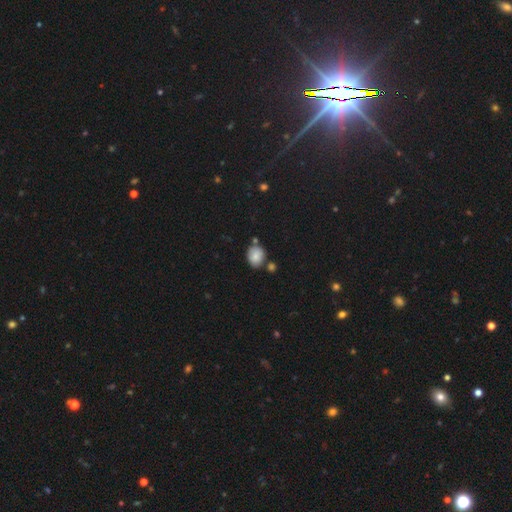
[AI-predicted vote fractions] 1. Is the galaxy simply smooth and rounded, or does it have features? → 83% smooth, 9% star or artifact, 8% featured or disk.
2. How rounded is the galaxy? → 56% round, 43% in between, 1% cigar-shaped.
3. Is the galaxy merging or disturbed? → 67% none, 16% minor disturbance, 14% merger, 4% major disturbance.